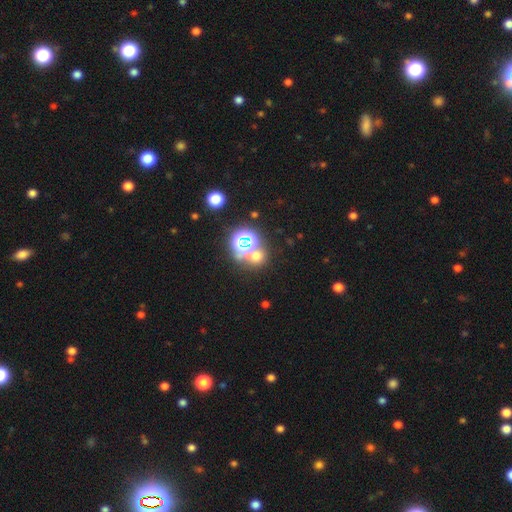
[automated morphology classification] This appears to be a star or artifact, not a galaxy (47%).